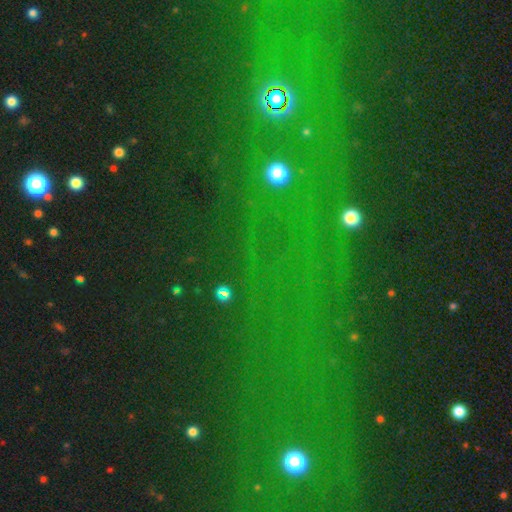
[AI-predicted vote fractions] This is likely a star or artifact rather than a galaxy (76%).